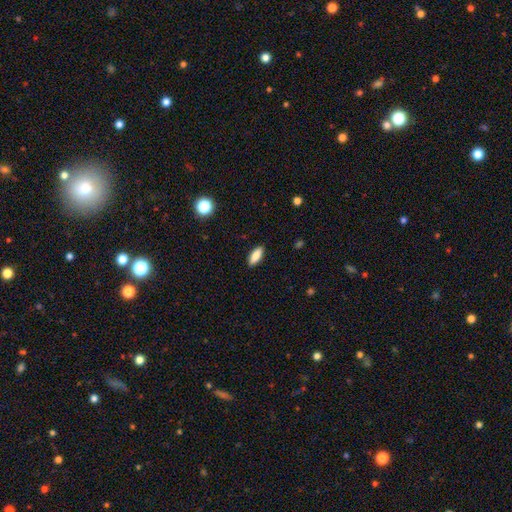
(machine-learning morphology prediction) Overall: smooth (87%). How rounded: in between (73%). Merging: none (89%).